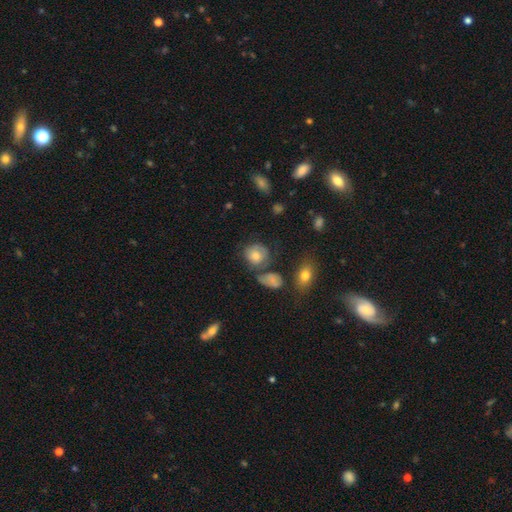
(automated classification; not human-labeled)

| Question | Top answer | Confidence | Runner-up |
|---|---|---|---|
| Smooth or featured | smooth | 65% | featured or disk (24%) |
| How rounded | round | 71% | in between (28%) |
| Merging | none | 56% | minor disturbance (21%) |